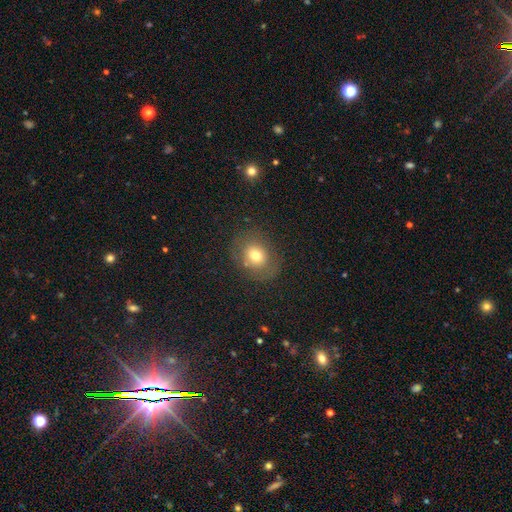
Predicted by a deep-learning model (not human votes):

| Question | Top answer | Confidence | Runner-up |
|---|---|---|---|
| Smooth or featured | smooth | 69% | featured or disk (18%) |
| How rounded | round | 58% | in between (42%) |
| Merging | none | 74% | minor disturbance (16%) |